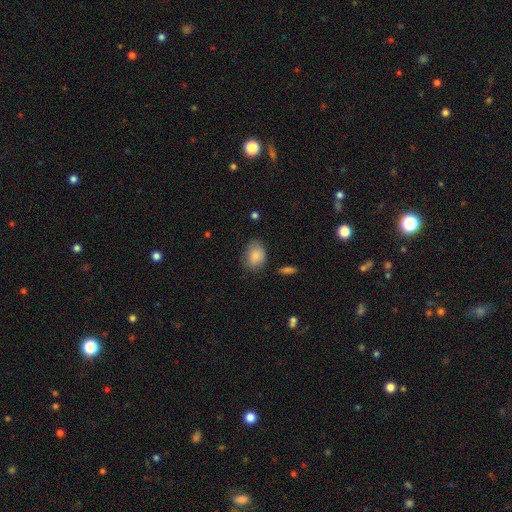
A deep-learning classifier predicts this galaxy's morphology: Q: Smooth or featured?
A: smooth (82%); runner-up: featured or disk (10%)
Q: How rounded?
A: in between (63%); runner-up: round (35%)
Q: Merging?
A: none (65%); runner-up: minor disturbance (26%)